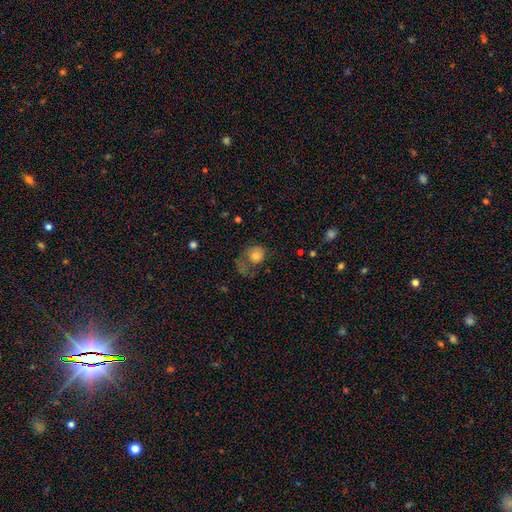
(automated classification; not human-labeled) A smooth galaxy with no disk features (69%) that is round (69%). Merging: major disturbance (45%).